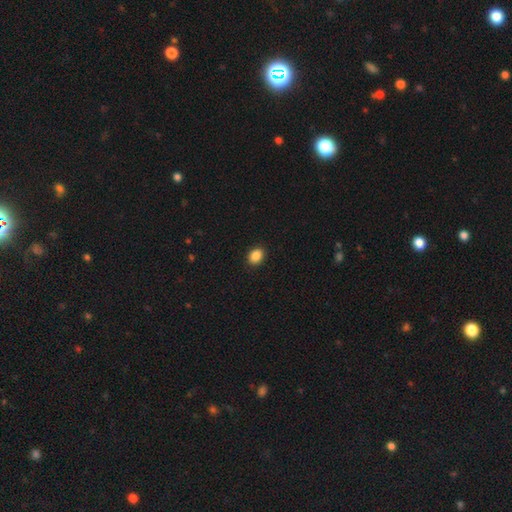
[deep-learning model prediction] Smooth or featured?
  - smooth: 88% *
  - star or artifact: 9%
  - featured or disk: 3%
How rounded?
  - in between: 60% *
  - round: 39%
  - cigar-shaped: 1%
Merging?
  - none: 91% *
  - minor disturbance: 6%
  - major disturbance: 2%
  - merger: 1%